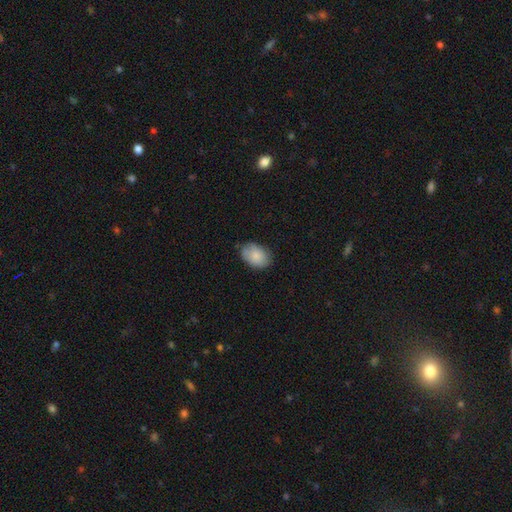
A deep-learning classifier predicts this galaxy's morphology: Q: Smooth or featured?
A: smooth (84%); runner-up: featured or disk (10%)
Q: How rounded?
A: in between (82%); runner-up: round (17%)
Q: Merging?
A: none (73%); runner-up: minor disturbance (22%)